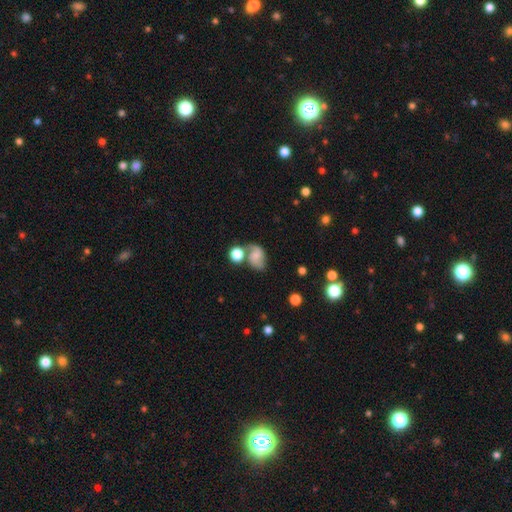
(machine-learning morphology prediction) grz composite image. It shows a featured or disk galaxy (52%) with no bar (65%), spiral arms (87%) and a small central bulge (44%). Merging: none (43%).